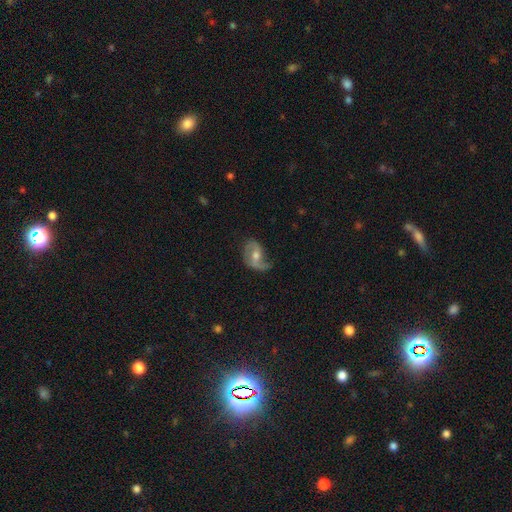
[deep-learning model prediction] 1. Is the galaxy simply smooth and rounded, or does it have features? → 79% featured or disk, 15% smooth, 7% star or artifact.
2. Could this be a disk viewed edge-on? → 97% no, 3% yes.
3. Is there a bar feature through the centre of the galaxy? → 45% no, 40% weak, 15% strong.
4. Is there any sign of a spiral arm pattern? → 92% yes, 8% no.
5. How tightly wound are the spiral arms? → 48% loose, 38% medium, 14% tight.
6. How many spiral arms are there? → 78% 2, 14% 1, 5% can't tell, 1% 3, 1% 4, 1% more than 4.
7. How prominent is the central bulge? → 66% moderate, 26% small, 5% large, 2% none, 1% dominant.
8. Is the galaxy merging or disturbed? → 56% none, 26% minor disturbance, 16% major disturbance, 2% merger.